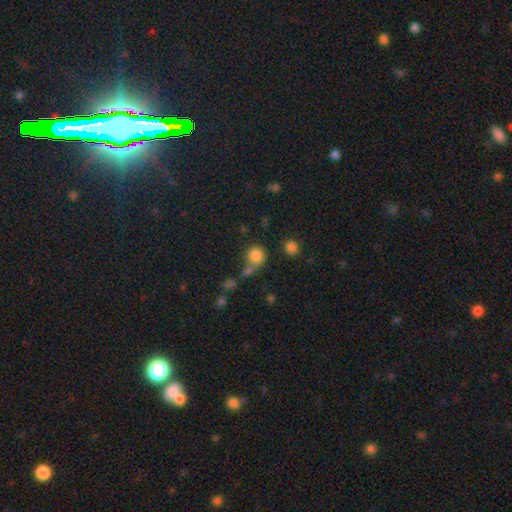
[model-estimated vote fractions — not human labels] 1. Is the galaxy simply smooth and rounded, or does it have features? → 81% smooth, 11% star or artifact, 7% featured or disk.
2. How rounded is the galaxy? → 86% round, 13% in between, 1% cigar-shaped.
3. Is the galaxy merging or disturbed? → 51% none, 29% merger, 12% minor disturbance, 8% major disturbance.